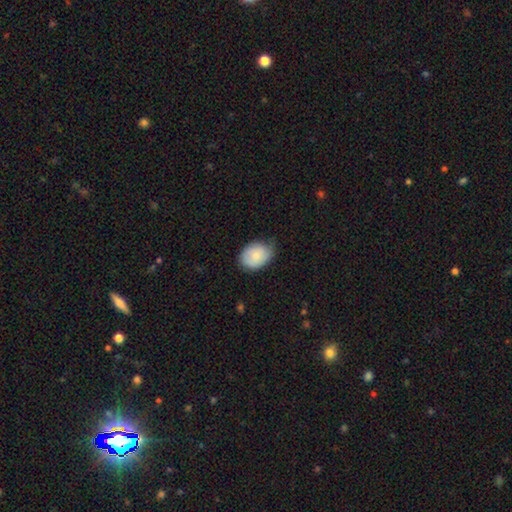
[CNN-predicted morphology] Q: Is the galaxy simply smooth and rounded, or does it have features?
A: smooth — 80%.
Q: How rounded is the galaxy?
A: in between — 70%.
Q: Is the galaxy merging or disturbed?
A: none — 55%.